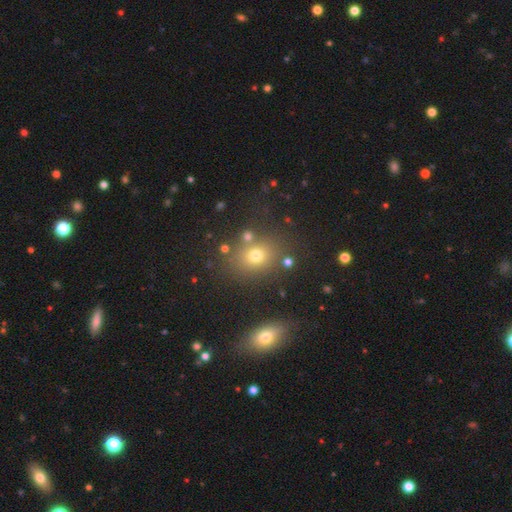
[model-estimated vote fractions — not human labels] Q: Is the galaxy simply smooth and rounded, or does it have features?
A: smooth — 69%.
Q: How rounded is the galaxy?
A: round — 54%.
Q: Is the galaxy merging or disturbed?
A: none — 73%.